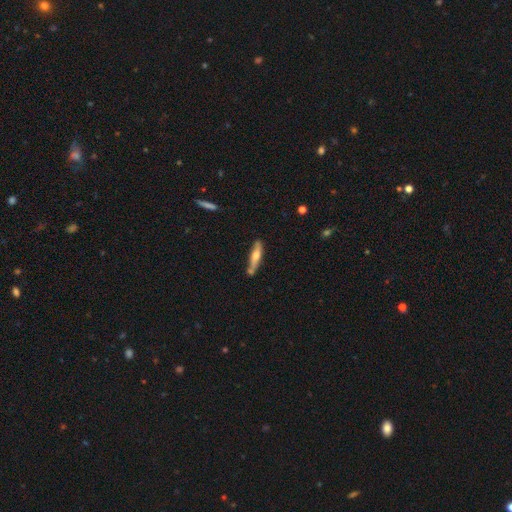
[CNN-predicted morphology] Smooth or featured: featured or disk — 48% (smooth — 46%)
Merging: none — 68% (minor disturbance — 18%)